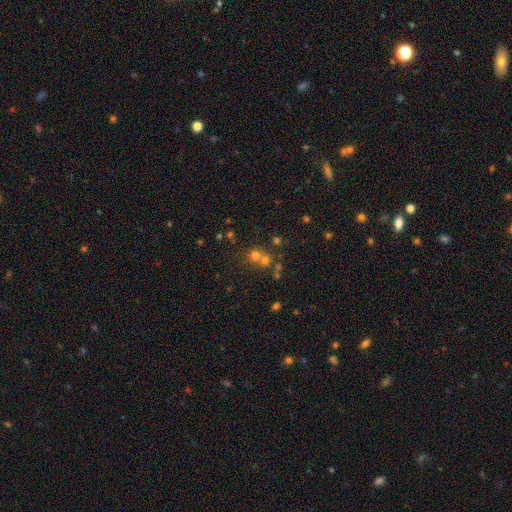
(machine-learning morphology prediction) Overall: smooth (64%). How rounded: round (85%). Merging: none (49%; merger 41%).